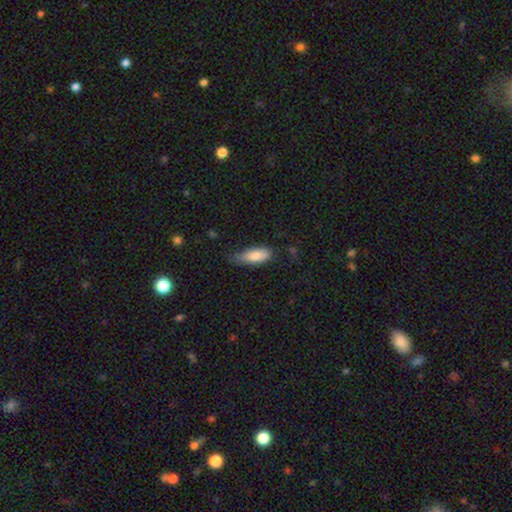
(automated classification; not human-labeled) Smooth or featured? Predicted: smooth (p=0.81). How rounded? Predicted: in between (p=0.75). Merging? Predicted: none (p=0.52).